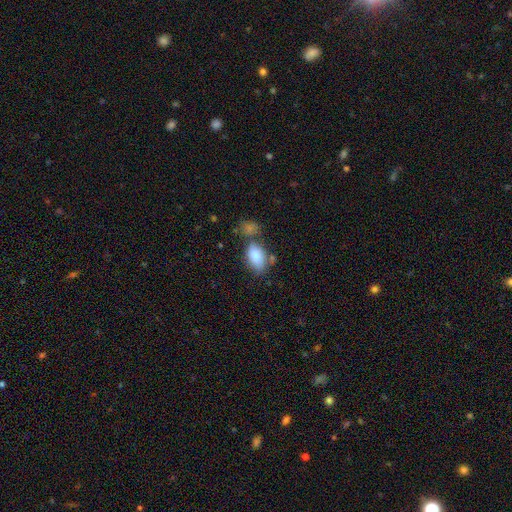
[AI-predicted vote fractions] Overall: smooth (85%). How rounded: in between (92%). Merging: none (53%; merger 21%).